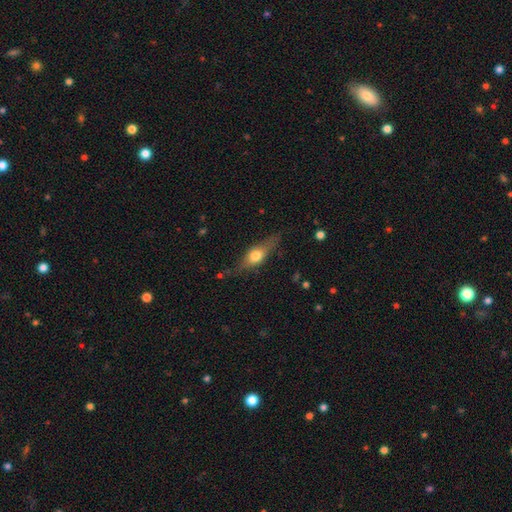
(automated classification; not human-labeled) Overall: featured or disk (47%; smooth 45%). Merging: none (74%).